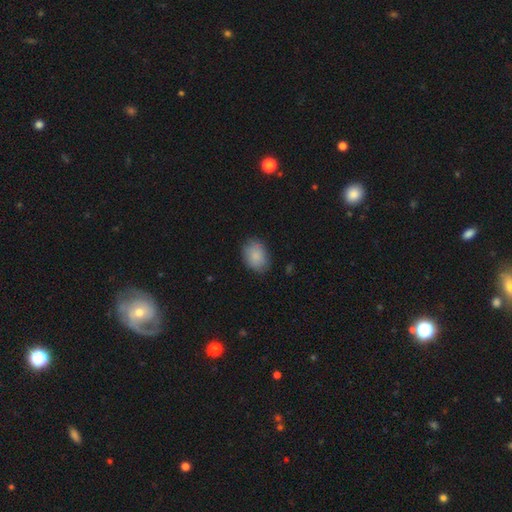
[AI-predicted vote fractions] Q: Smooth or featured?
A: smooth (86%); runner-up: featured or disk (7%)
Q: How rounded?
A: in between (73%); runner-up: round (26%)
Q: Merging?
A: none (80%); runner-up: minor disturbance (15%)